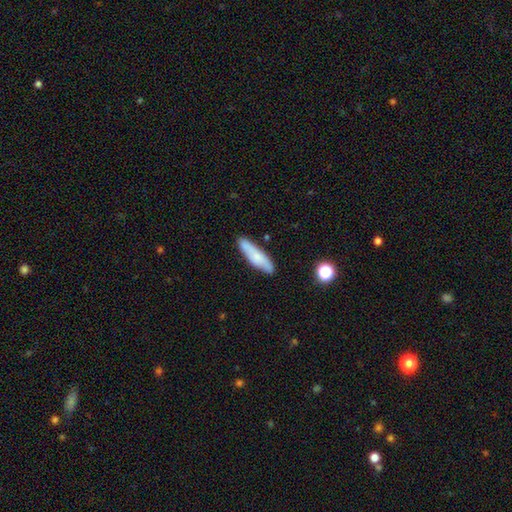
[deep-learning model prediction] smooth_or_featured: smooth (p=0.67) [alt: featured or disk p=0.25]
how_rounded: cigar-shaped (p=0.71) [alt: in between p=0.27]
merging: none (p=0.82) [alt: minor disturbance p=0.13]